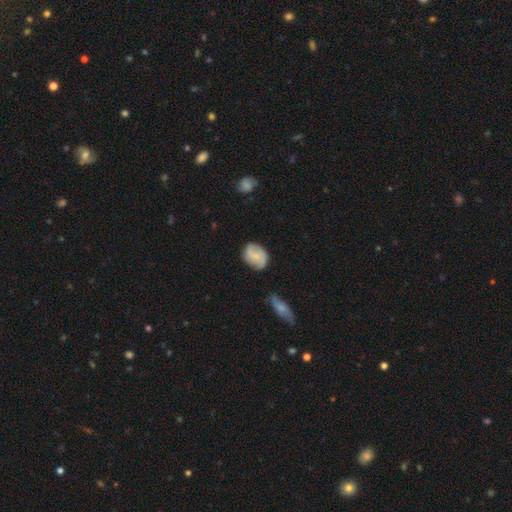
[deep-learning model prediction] This appears to be a smooth galaxy with no disk features (50%) that is in between round and cigar-shaped (56%). Merging: none (71%).